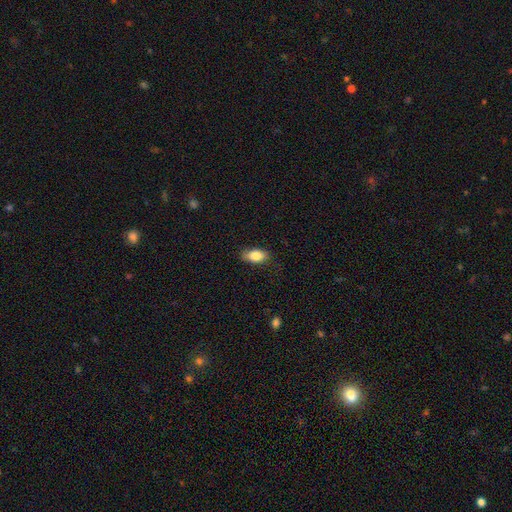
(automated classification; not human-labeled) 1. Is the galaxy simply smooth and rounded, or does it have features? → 84% smooth, 9% featured or disk, 7% star or artifact.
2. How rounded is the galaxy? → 88% in between, 7% round, 5% cigar-shaped.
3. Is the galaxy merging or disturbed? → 80% none, 16% minor disturbance, 3% major disturbance, 1% merger.